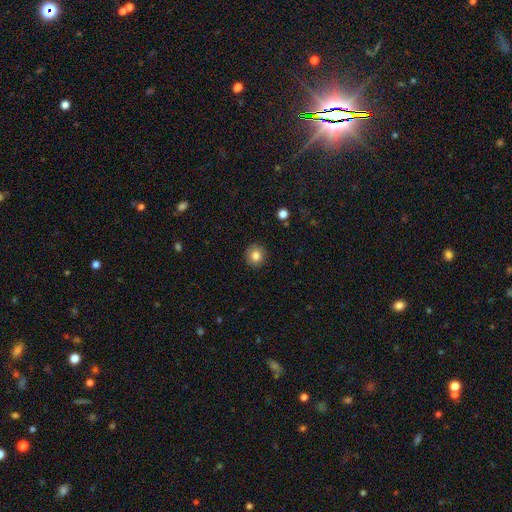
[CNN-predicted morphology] smooth-or-featured: smooth: 82% | star or artifact: 9% | featured or disk: 8%
  how-rounded: round: 89% | in between: 10% | cigar-shaped: 1%
  merging: none: 91% | minor disturbance: 7% | major disturbance: 2% | merger: 1%